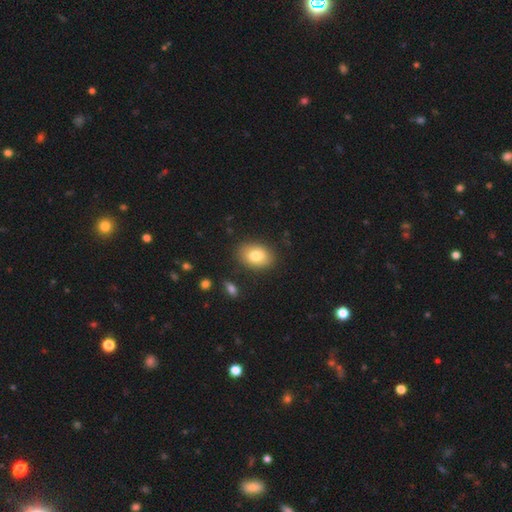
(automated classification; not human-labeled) smooth-or-featured: smooth: 79% | featured or disk: 13% | star or artifact: 8%
  how-rounded: in between: 82% | round: 17% | cigar-shaped: 1%
  merging: none: 85% | minor disturbance: 10% | major disturbance: 3% | merger: 2%